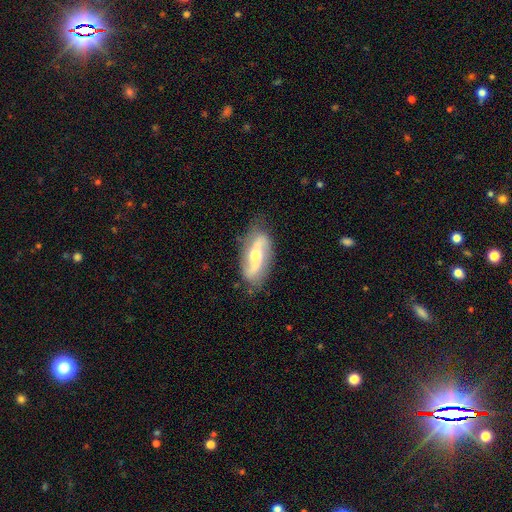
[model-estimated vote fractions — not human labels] Overall: featured or disk (81%). Edge-on disk: no (90%). Bar: strong (36%; weak 33%). Spiral arms: yes (90%). Spiral arm count: 2 (92%). Spiral winding: loose (69%). Bulge size: moderate (70%). Merging: none (82%).